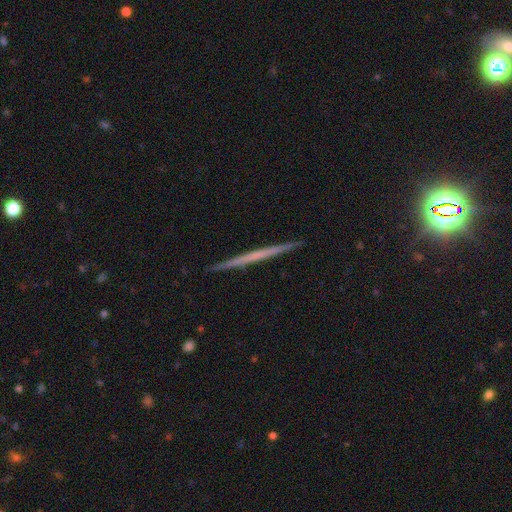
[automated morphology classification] A featured or disk galaxy (58%) viewed edge-on (98%) with no central bulge (92%). Merging: none (93%).